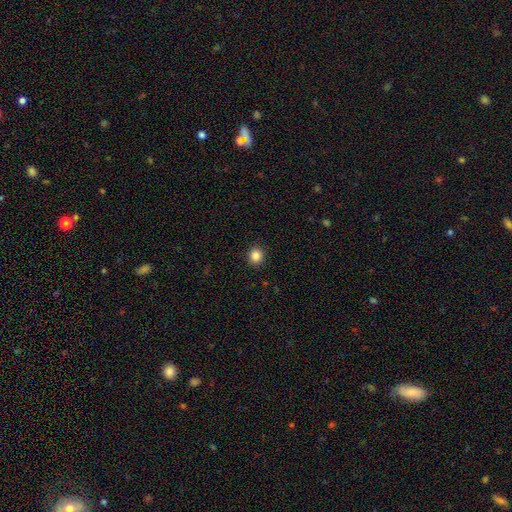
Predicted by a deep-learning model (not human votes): This is clearly a smooth galaxy (85%). How rounded: clearly round (90%). Merging: clearly none (92%).